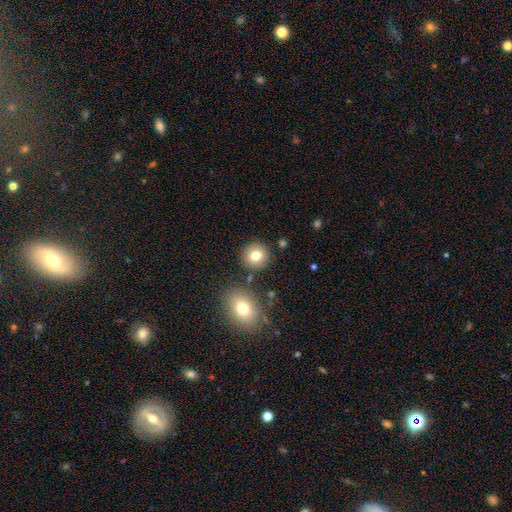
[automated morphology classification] smooth-or-featured: smooth: 78% | featured or disk: 12% | star or artifact: 11%
  how-rounded: round: 89% | in between: 10% | cigar-shaped: 1%
  merging: none: 84% | minor disturbance: 8% | merger: 6% | major disturbance: 3%